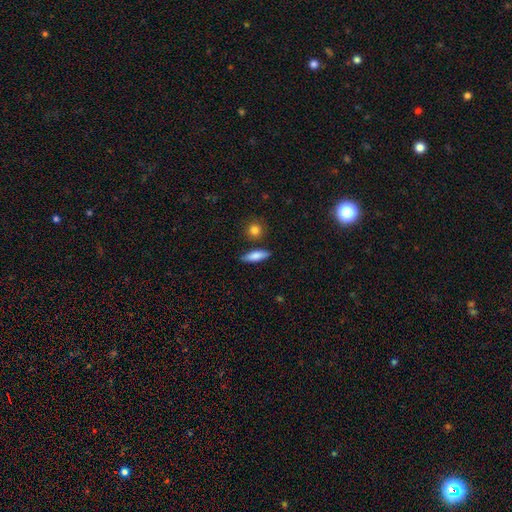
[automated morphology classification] The model was most divided on "how rounded": cigar-shaped: 56%, in between: 41%, round: 3%. More confident: merging — none (84%); smooth or featured — smooth (77%).